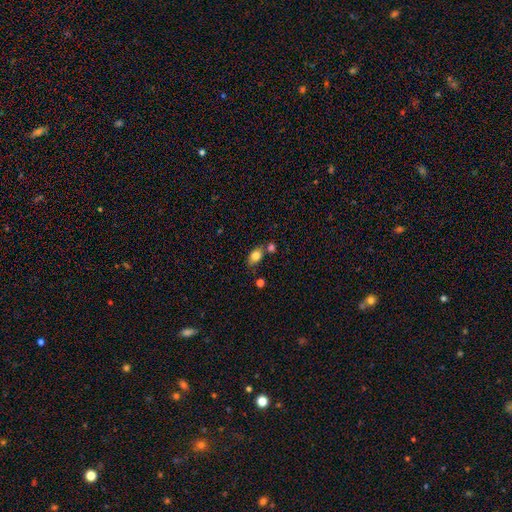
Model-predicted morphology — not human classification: smooth_or_featured: smooth (p=0.81) [alt: star or artifact p=0.09]
how_rounded: in between (p=0.76) [alt: round p=0.22]
merging: none (p=0.62) [alt: merger p=0.19]